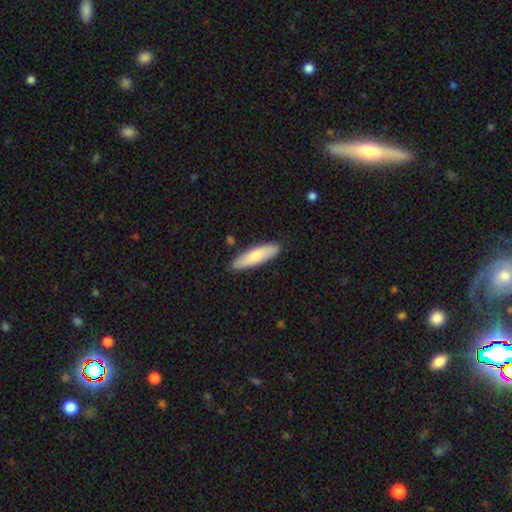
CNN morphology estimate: Smooth or featured?
  - smooth: 74% *
  - featured or disk: 21%
  - star or artifact: 5%
How rounded?
  - cigar-shaped: 64% *
  - in between: 35%
  - round: 2%
Merging?
  - none: 87% *
  - minor disturbance: 10%
  - major disturbance: 2%
  - merger: 2%